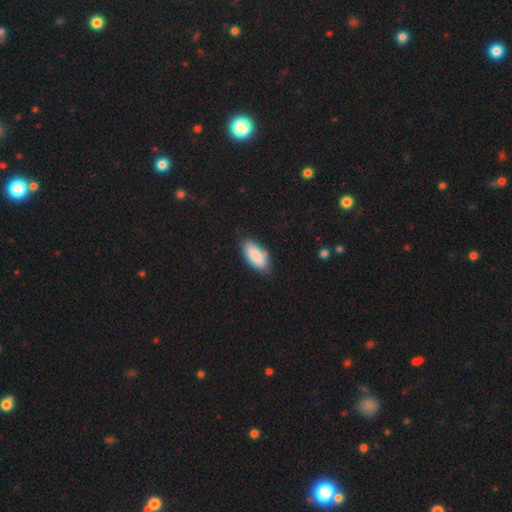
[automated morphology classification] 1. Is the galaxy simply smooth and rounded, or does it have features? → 88% smooth, 6% featured or disk, 6% star or artifact.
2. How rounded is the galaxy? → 86% in between, 12% cigar-shaped, 2% round.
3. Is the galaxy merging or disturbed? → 80% none, 15% minor disturbance, 3% major disturbance, 2% merger.